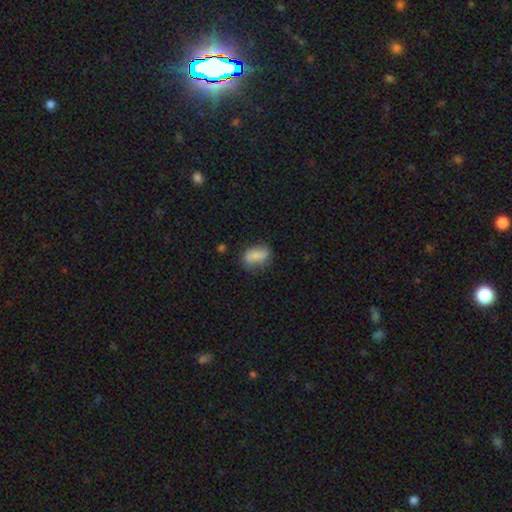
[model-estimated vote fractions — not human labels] smooth_or_featured: smooth (p=0.74) [alt: featured or disk p=0.17]
how_rounded: in between (p=0.86) [alt: round p=0.10]
merging: none (p=0.59) [alt: minor disturbance p=0.28]